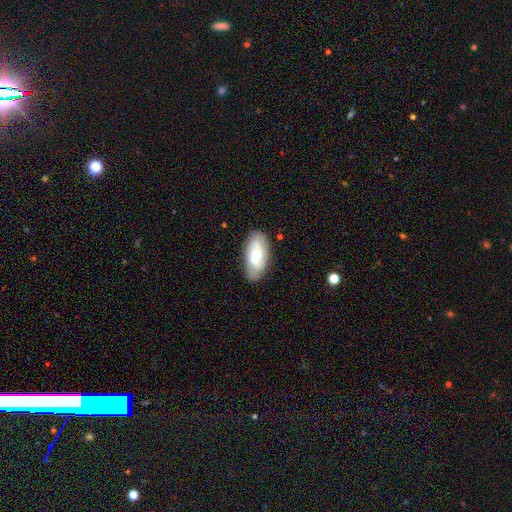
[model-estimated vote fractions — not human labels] This appears to be a featured or disk galaxy (49%). Merging: none (83%).